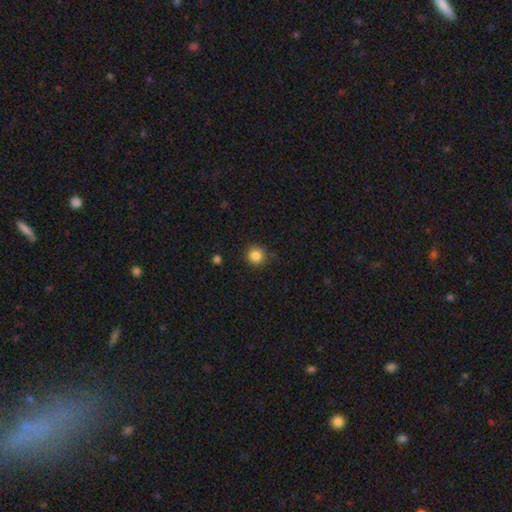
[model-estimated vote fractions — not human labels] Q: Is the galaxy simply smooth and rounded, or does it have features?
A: smooth — 85%.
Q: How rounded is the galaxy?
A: round — 93%.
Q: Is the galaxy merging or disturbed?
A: none — 87%.